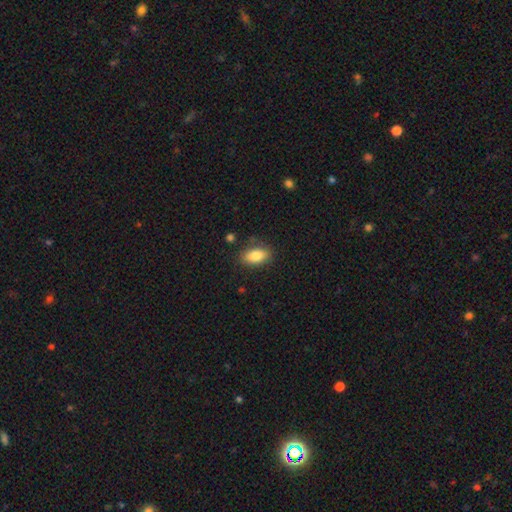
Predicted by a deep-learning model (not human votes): Smooth or featured? Predicted: smooth (p=0.84). How rounded? Predicted: in between (p=0.89). Merging? Predicted: none (p=0.83).